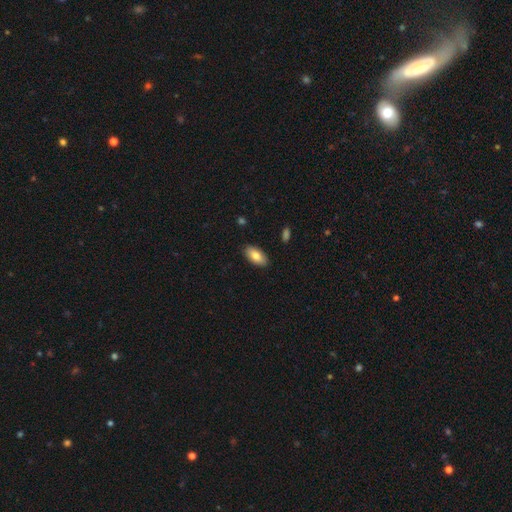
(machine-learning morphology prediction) A smooth galaxy with no disk features (80%) that is in between round and cigar-shaped (92%).

Vote fractions:
- Smooth or featured? smooth: 80% / featured or disk: 13% / star or artifact: 6%
- How rounded? in between: 92% / cigar-shaped: 6% / round: 2%
- Merging? none: 88% / minor disturbance: 9% / major disturbance: 2% / merger: 1%